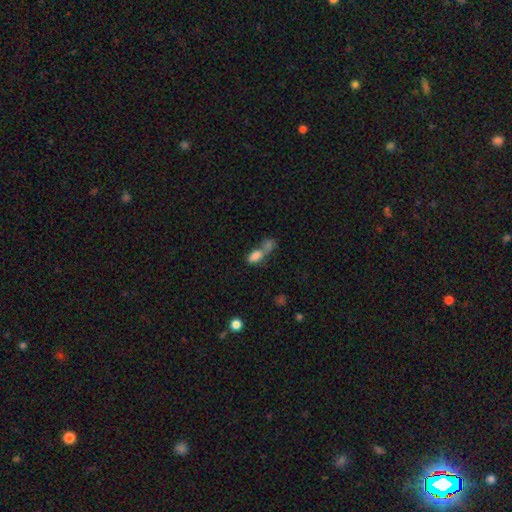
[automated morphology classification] smooth_or_featured: smooth (p=0.80) [alt: star or artifact p=0.11]
how_rounded: in between (p=0.86) [alt: round p=0.08]
merging: merger (p=0.61) [alt: none p=0.24]